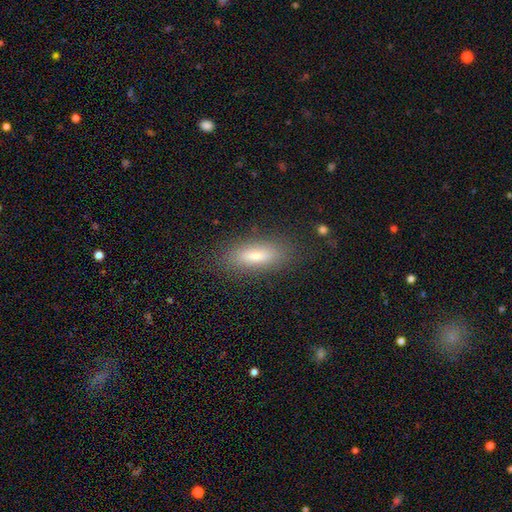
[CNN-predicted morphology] Smooth or featured? Predicted: smooth (p=0.78). How rounded? Predicted: in between (p=0.54). Merging? Predicted: none (p=0.85).